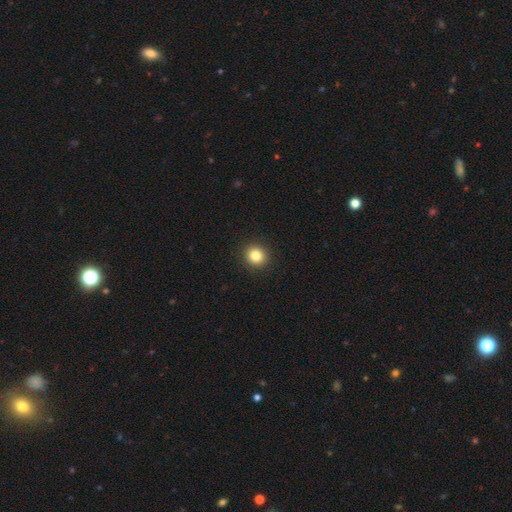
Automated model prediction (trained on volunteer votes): Smooth or featured? smooth (84%)
How rounded? round (91%)
Merging? none (93%)